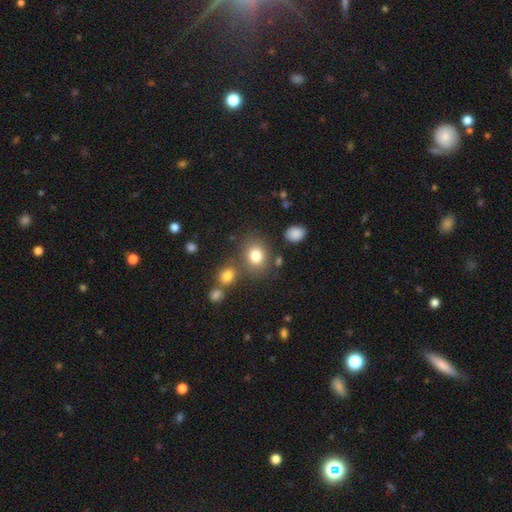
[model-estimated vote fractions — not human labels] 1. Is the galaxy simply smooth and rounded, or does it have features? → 79% smooth, 12% star or artifact, 8% featured or disk.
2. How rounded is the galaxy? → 58% round, 41% in between, 1% cigar-shaped.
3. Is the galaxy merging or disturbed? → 71% none, 12% minor disturbance, 12% merger, 5% major disturbance.